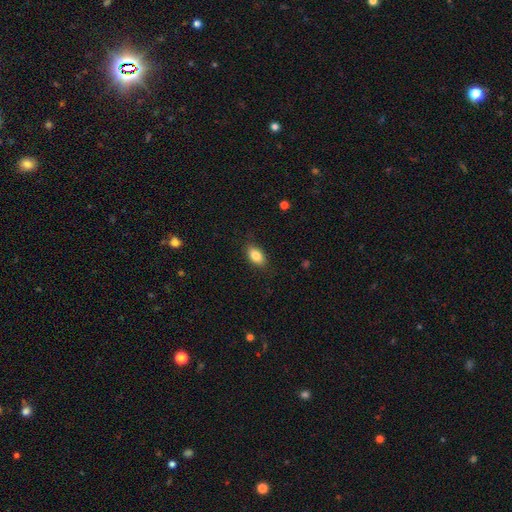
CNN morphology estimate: Overall: smooth (84%). How rounded: in between (89%). Merging: none (84%).